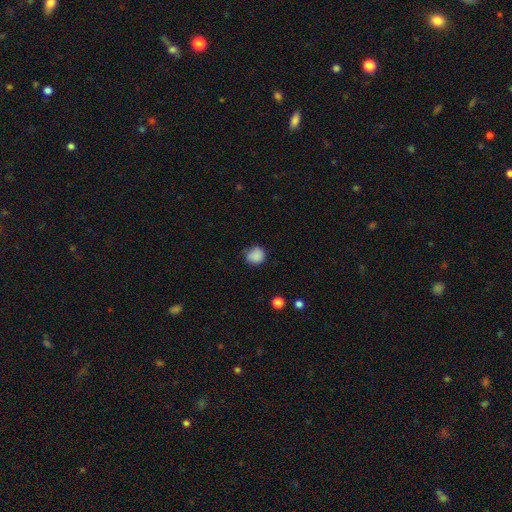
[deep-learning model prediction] This is clearly a smooth galaxy (87%). How rounded: clearly round (86%). Merging: likely none (73%).